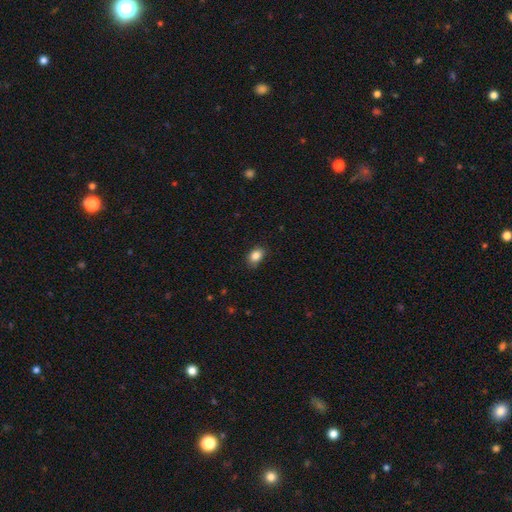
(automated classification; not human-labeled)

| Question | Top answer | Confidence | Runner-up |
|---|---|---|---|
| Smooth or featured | smooth | 85% | star or artifact (9%) |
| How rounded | in between | 79% | round (20%) |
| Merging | none | 82% | minor disturbance (14%) |